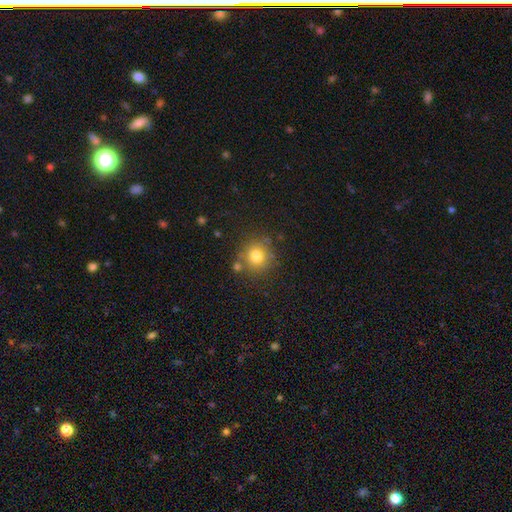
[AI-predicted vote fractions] Q: Smooth or featured?
A: smooth (78%); runner-up: star or artifact (13%)
Q: How rounded?
A: round (90%); runner-up: in between (10%)
Q: Merging?
A: none (77%); runner-up: minor disturbance (11%)